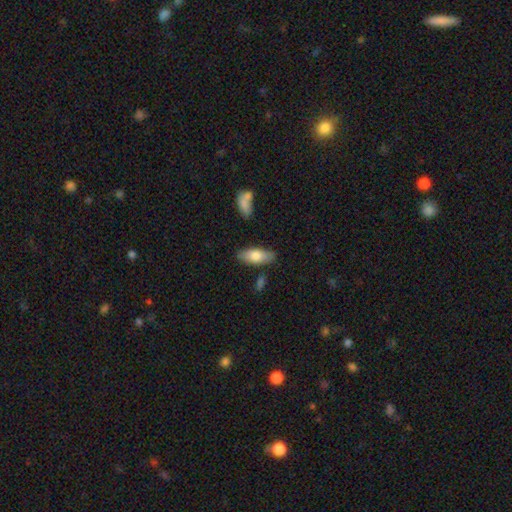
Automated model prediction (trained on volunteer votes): Morphology: type=smooth (74%); roundness=in between (77%); merging=none (81%).